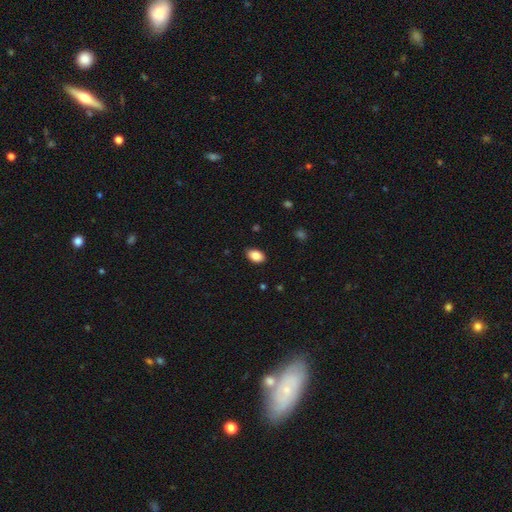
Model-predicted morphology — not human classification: The model was most divided on "smooth or featured": smooth: 87%, star or artifact: 8%, featured or disk: 6%. More confident: how rounded — in between (90%); merging — none (88%).